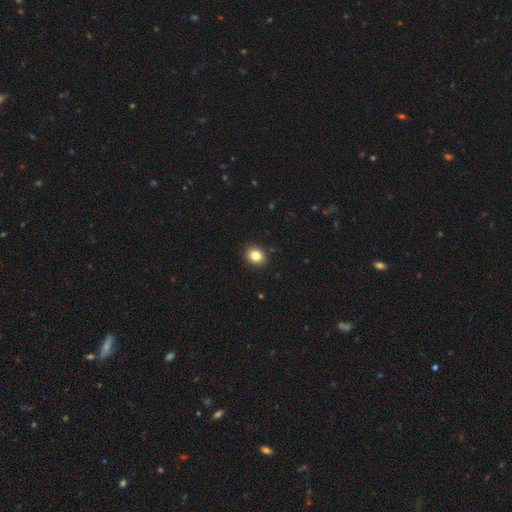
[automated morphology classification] smooth-or-featured: smooth: 84% | star or artifact: 10% | featured or disk: 5%
  how-rounded: round: 65% | in between: 34% | cigar-shaped: 1%
  merging: none: 91% | minor disturbance: 7% | major disturbance: 2% | merger: 1%